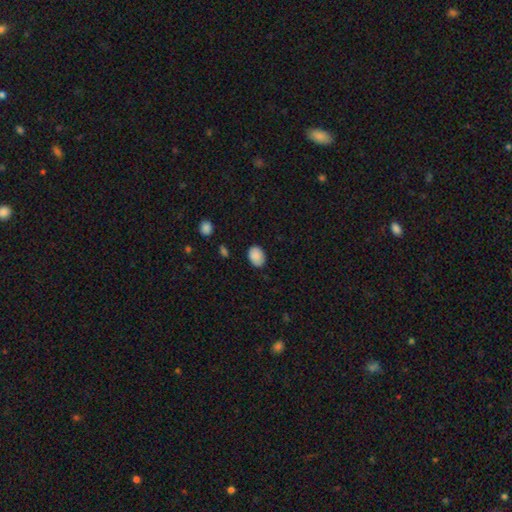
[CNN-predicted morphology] Smooth or featured? Predicted: smooth (p=0.85). How rounded? Predicted: in between (p=0.72). Merging? Predicted: none (p=0.80).